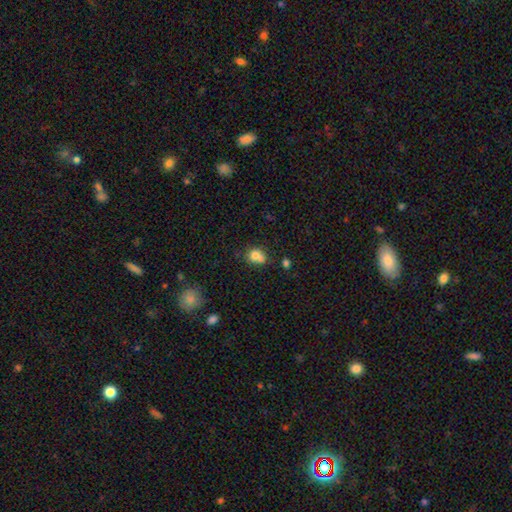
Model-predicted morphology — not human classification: smooth 76%, featured or disk 12%, star or artifact 11%. Down the decision tree: how rounded — round (67%); merging — none (43%).